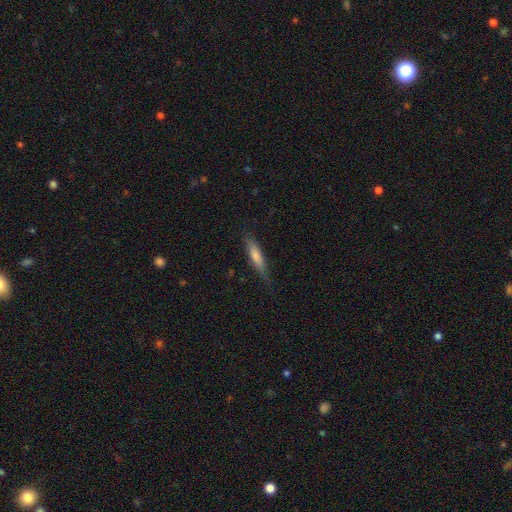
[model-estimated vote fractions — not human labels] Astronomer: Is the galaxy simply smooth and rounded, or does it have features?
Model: smooth — 63%.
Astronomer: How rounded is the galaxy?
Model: cigar-shaped — 82%.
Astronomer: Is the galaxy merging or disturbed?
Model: none — 76%.